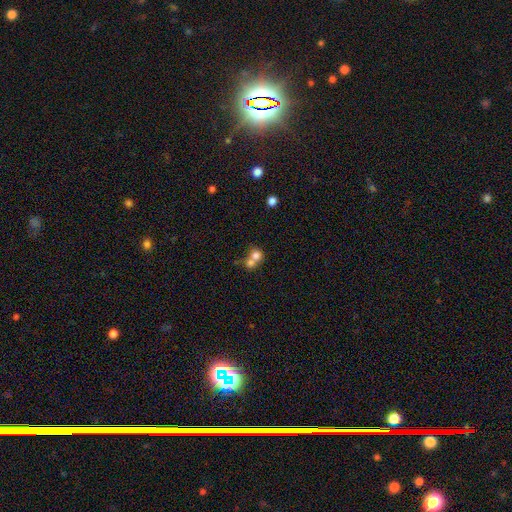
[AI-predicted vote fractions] Smooth or featured? smooth (74%)
How rounded? round (80%)
Merging? merger (64%)